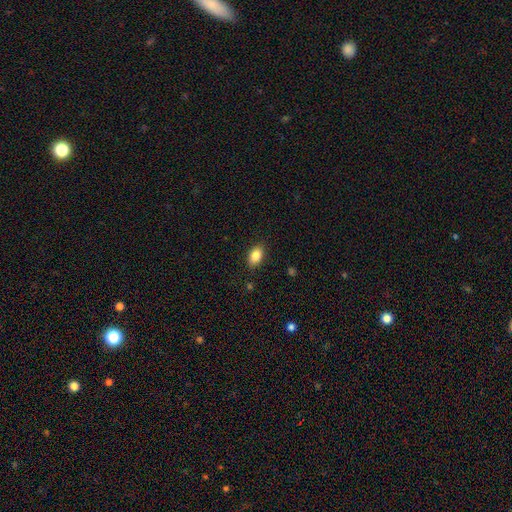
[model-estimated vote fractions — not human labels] smooth-or-featured: smooth: 85% | star or artifact: 8% | featured or disk: 7%
  how-rounded: in between: 86% | round: 12% | cigar-shaped: 2%
  merging: none: 87% | minor disturbance: 9% | major disturbance: 2% | merger: 1%